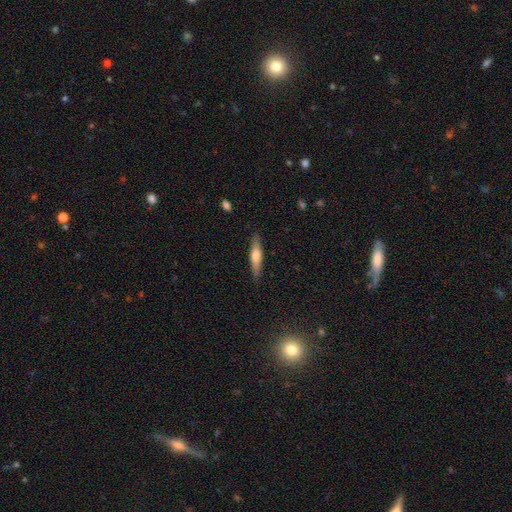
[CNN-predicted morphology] Smooth or featured? Predicted: smooth (p=0.50). How rounded? Predicted: cigar-shaped (p=0.85). Merging? Predicted: none (p=0.88).